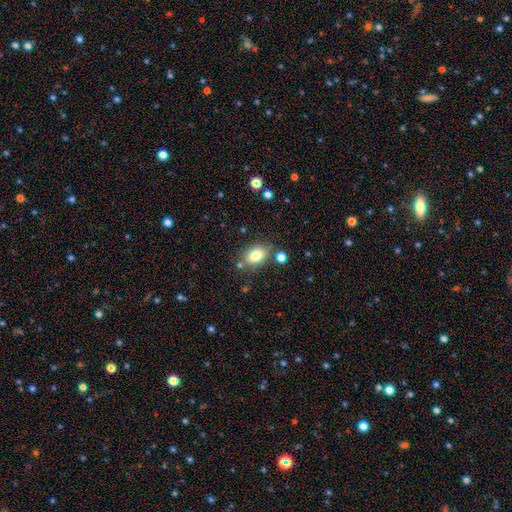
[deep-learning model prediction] smooth-or-featured: smooth: 79% | featured or disk: 11% | star or artifact: 10%
  how-rounded: in between: 76% | round: 22% | cigar-shaped: 1%
  merging: none: 74% | minor disturbance: 14% | merger: 8% | major disturbance: 4%